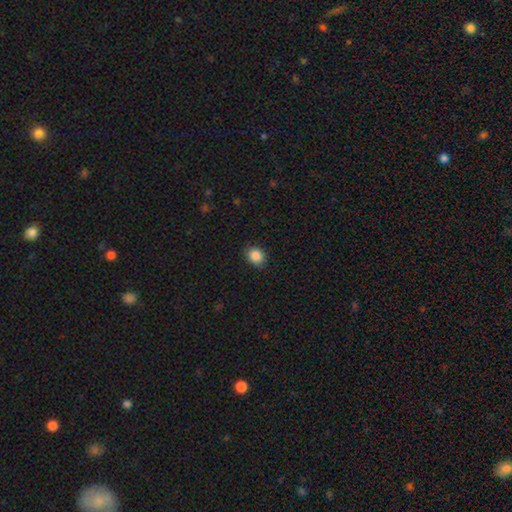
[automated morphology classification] Smooth or featured? Predicted: smooth (p=0.87). How rounded? Predicted: round (p=0.61). Merging? Predicted: none (p=0.89).